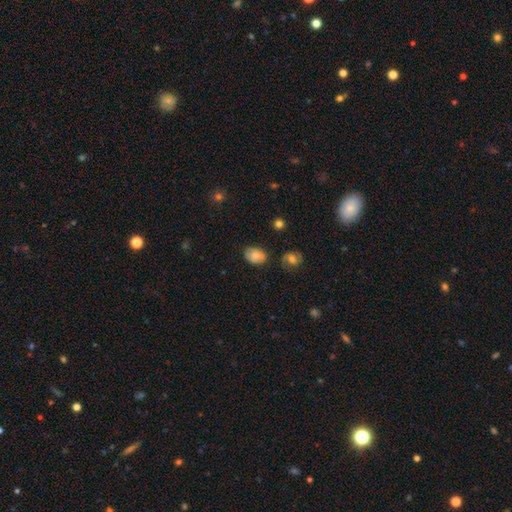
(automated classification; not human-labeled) The model was most divided on "merging": none: 72%, minor disturbance: 20%, major disturbance: 4%, merger: 4%. More confident: smooth or featured — smooth (77%); how rounded — in between (76%).